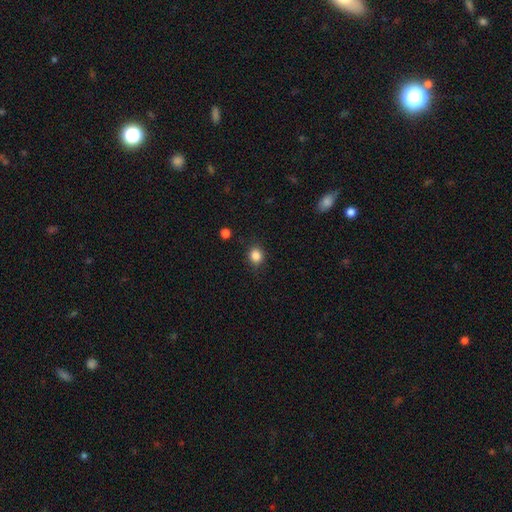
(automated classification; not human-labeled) Overall: smooth (85%). How rounded: round (73%). Merging: none (85%).